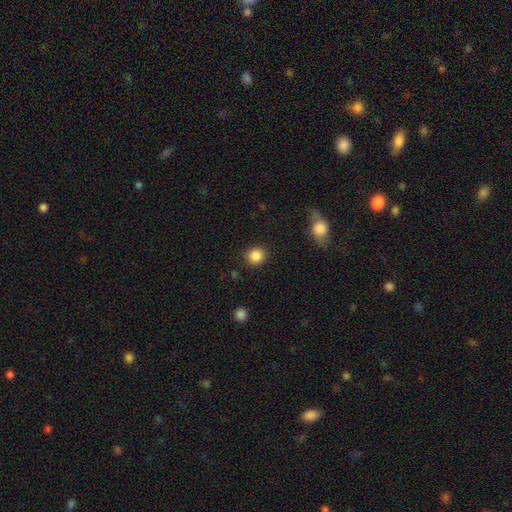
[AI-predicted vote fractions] This appears to be a smooth galaxy with no disk features (87%) that is round (86%). Merging: none (89%).